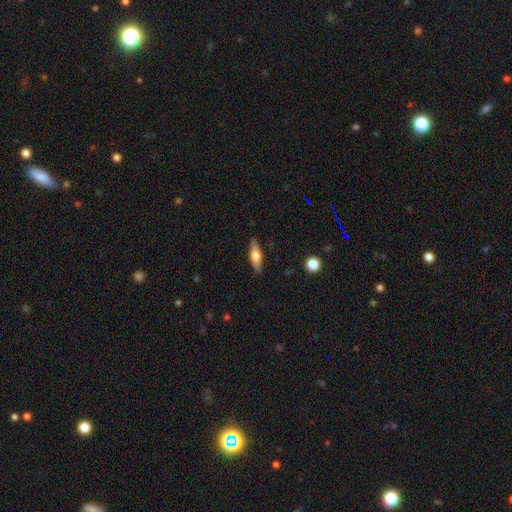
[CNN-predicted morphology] Overall: smooth (50%; featured or disk 44%). Merging: none (87%).